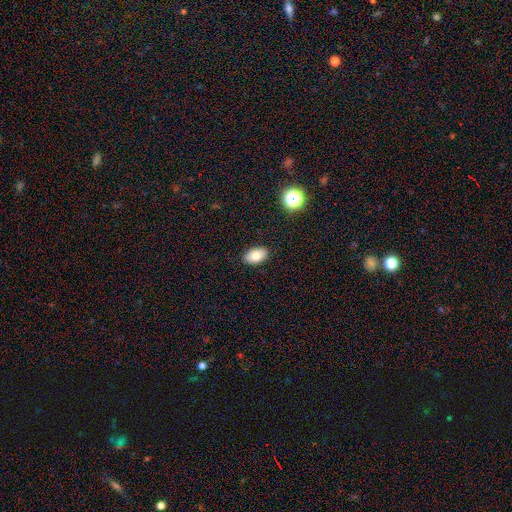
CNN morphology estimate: smooth 79%, featured or disk 12%, star or artifact 9%. Down the decision tree: how rounded — in between (92%); merging — none (89%).